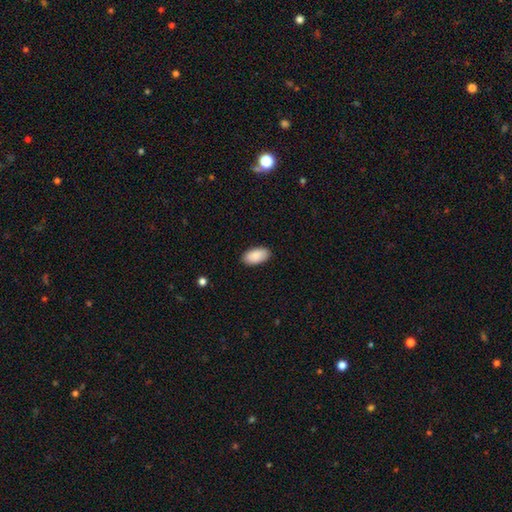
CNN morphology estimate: Overall: smooth (90%). How rounded: in between (96%). Merging: none (88%).